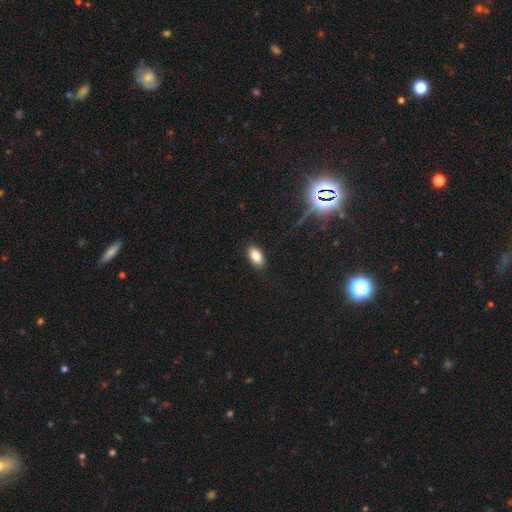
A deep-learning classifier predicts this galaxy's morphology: A smooth galaxy with no disk features (83%) that is in between round and cigar-shaped (93%). Merging: none (86%).